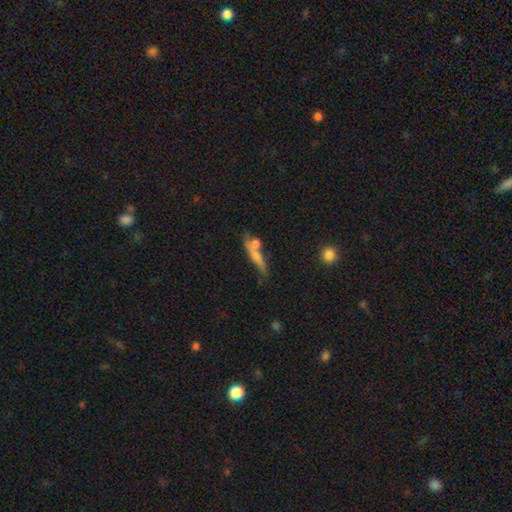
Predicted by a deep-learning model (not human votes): Overall: smooth (61%; featured or disk 30%). How rounded: cigar-shaped (79%). Merging: none (50%; merger 25%).